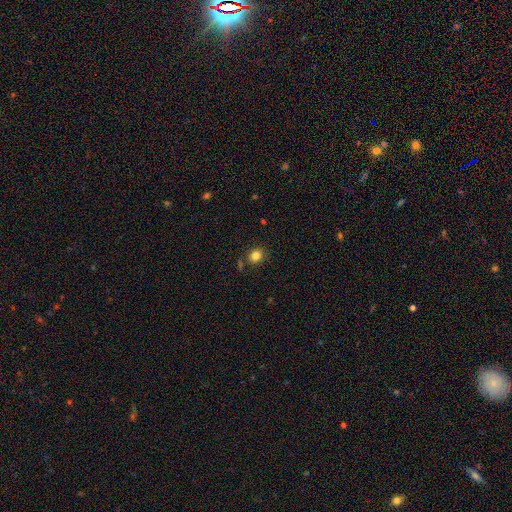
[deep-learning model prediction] Smooth or featured: smooth — 83% (star or artifact — 12%)
How rounded: round — 71% (in between — 29%)
Merging: none — 82% (minor disturbance — 11%)